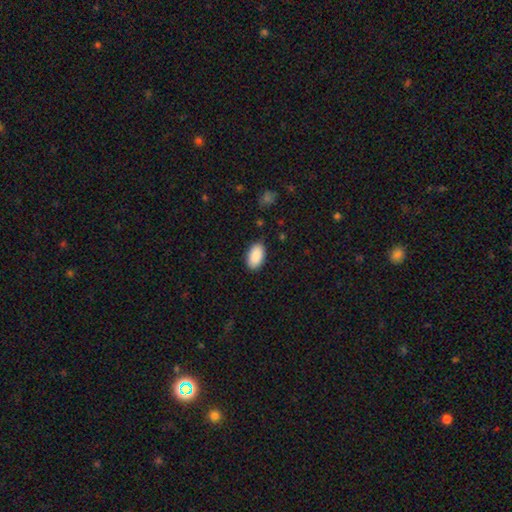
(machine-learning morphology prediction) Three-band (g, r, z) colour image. It shows a smooth galaxy with no disk features (91%) that is in between round and cigar-shaped (95%). Merging: none (87%).